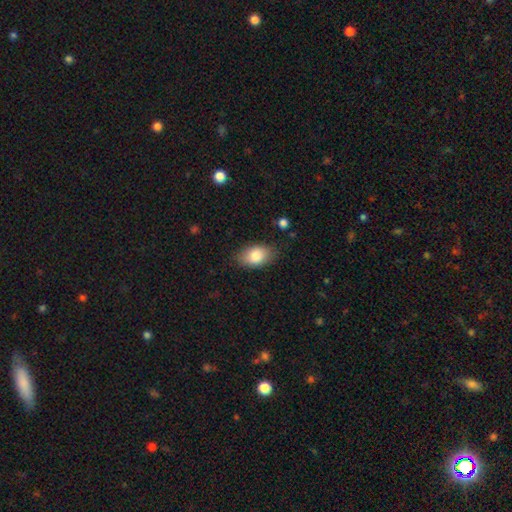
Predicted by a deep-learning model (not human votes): This is clearly a smooth galaxy (82%). How rounded: clearly in between (89%). Merging: clearly none (83%).